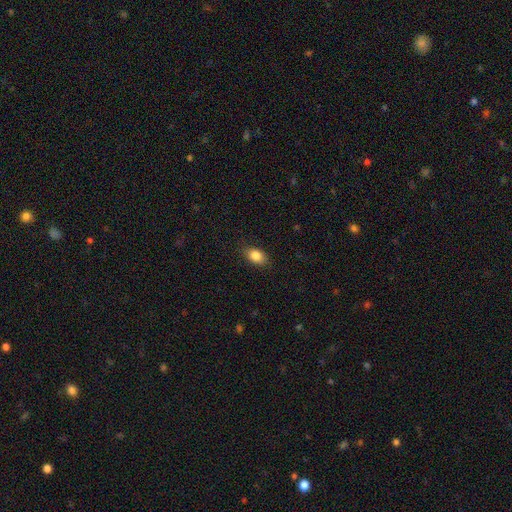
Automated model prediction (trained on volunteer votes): The model was most divided on "how rounded": in between: 82%, round: 16%, cigar-shaped: 2%. More confident: smooth or featured — smooth (85%); merging — none (84%).